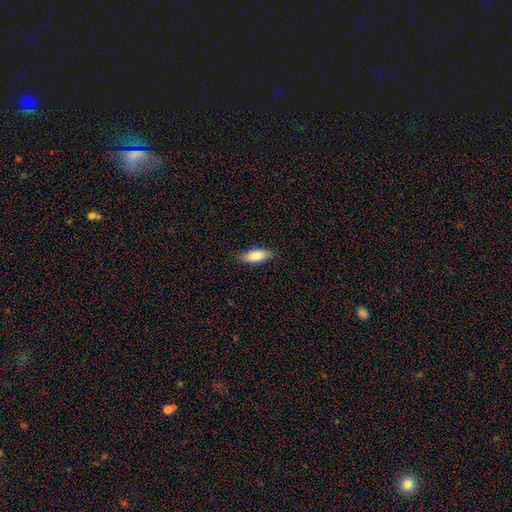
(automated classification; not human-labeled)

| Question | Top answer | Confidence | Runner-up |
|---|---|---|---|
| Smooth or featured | smooth | 82% | featured or disk (12%) |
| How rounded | in between | 75% | cigar-shaped (23%) |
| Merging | none | 86% | minor disturbance (11%) |